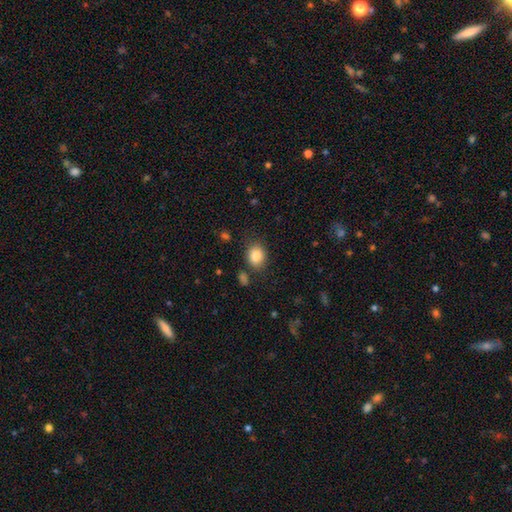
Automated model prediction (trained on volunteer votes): A smooth galaxy with no disk features (84%) that is round (57%). Merging: none (78%).